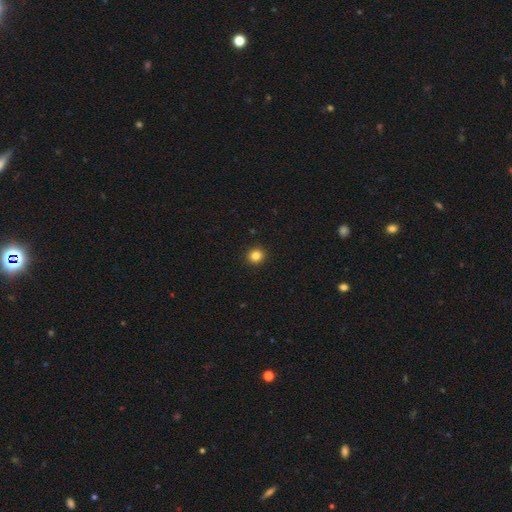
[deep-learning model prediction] A smooth galaxy with no disk features (84%) that is round (89%).

Vote fractions:
- Smooth or featured? smooth: 84% / star or artifact: 12% / featured or disk: 5%
- How rounded? round: 89% / in between: 10% / cigar-shaped: 1%
- Merging? none: 93% / minor disturbance: 5% / major disturbance: 2% / merger: 1%